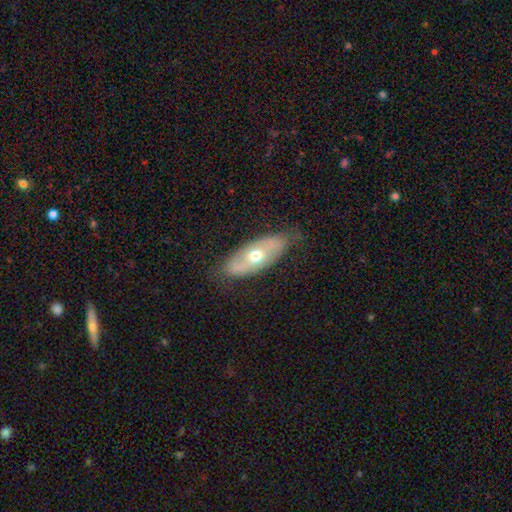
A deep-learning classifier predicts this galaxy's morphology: smooth-or-featured: featured or disk: 49% | smooth: 45% | star or artifact: 6%
  merging: none: 71% | minor disturbance: 22% | major disturbance: 6% | merger: 1%